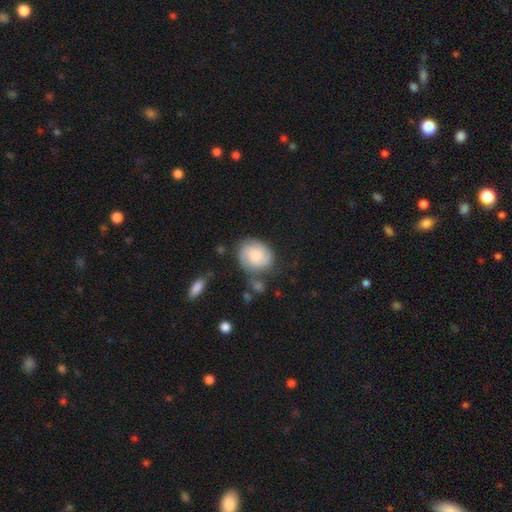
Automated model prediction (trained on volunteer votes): This is possibly a featured or disk galaxy (55%). It is clearly not viewed edge-on (97%). Bar: likely no (70%). Spiral arm pattern: clearly yes (90%). Central bulge: possibly moderate (50%). Merging: likely none (64%).